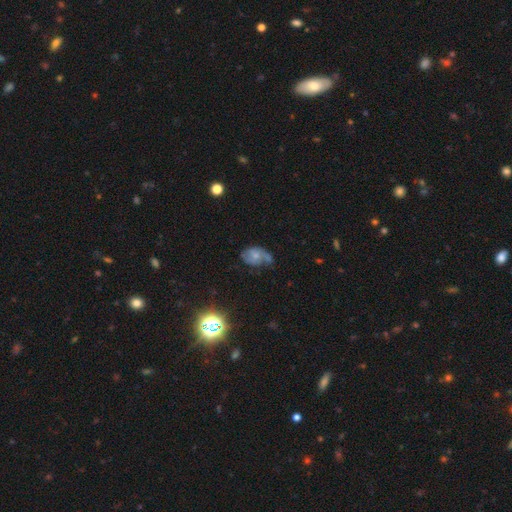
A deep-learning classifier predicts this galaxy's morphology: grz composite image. It shows a featured or disk galaxy (48%). Merging: none (39%).